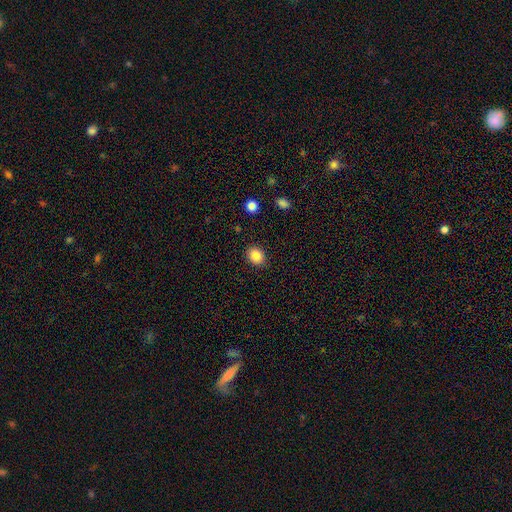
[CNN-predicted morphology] smooth_or_featured: smooth (p=0.86) [alt: star or artifact p=0.09]
how_rounded: in between (p=0.50) [alt: round p=0.49]
merging: none (p=0.88) [alt: minor disturbance p=0.08]